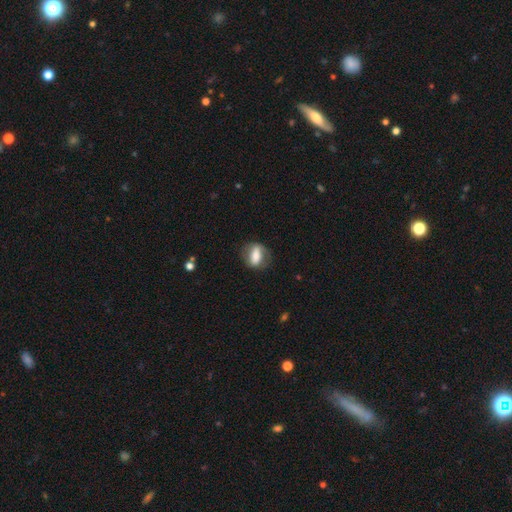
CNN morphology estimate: A smooth galaxy with no disk features (57%) that is in between round and cigar-shaped (69%).

Vote fractions:
- Smooth or featured? smooth: 57% / featured or disk: 36% / star or artifact: 8%
- How rounded? in between: 69% / round: 20% / cigar-shaped: 11%
- Merging? none: 73% / minor disturbance: 17% / major disturbance: 9% / merger: 1%